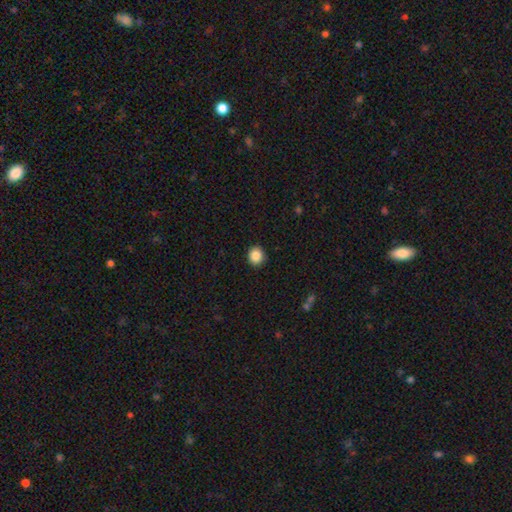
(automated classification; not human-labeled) smooth-or-featured: smooth: 87% | star or artifact: 9% | featured or disk: 4%
  how-rounded: round: 83% | in between: 16% | cigar-shaped: 1%
  merging: none: 91% | minor disturbance: 6% | major disturbance: 2% | merger: 1%